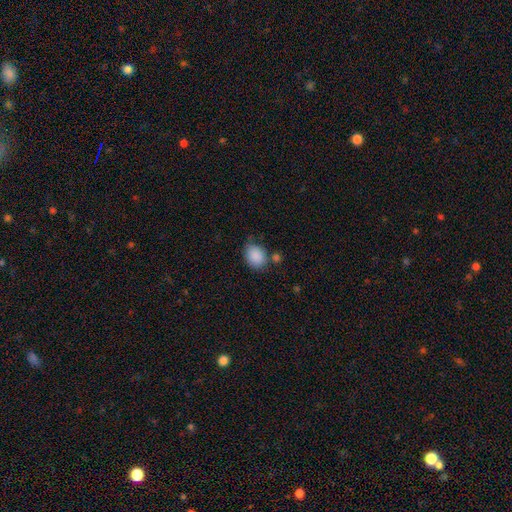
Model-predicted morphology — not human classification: A smooth galaxy with no disk features (88%) that is in between round and cigar-shaped (58%). Merging: none (66%).